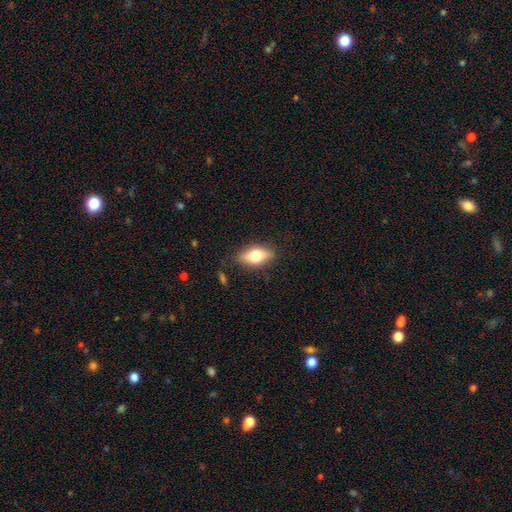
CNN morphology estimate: Smooth or featured? Predicted: smooth (p=0.63). How rounded? Predicted: in between (p=0.82). Merging? Predicted: none (p=0.83).